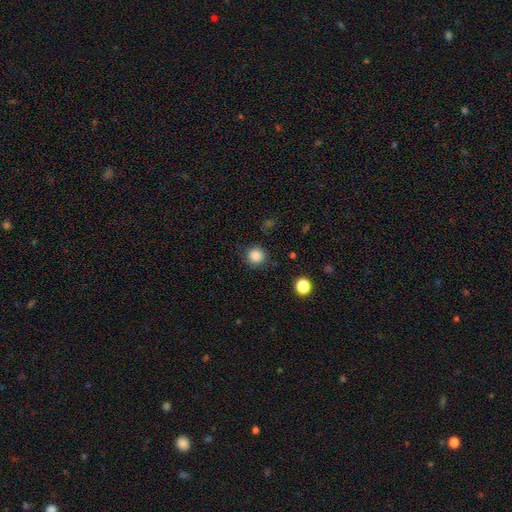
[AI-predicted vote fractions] The model was most divided on "smooth or featured": smooth: 86%, star or artifact: 11%, featured or disk: 3%. More confident: how rounded — round (93%); merging — none (86%).